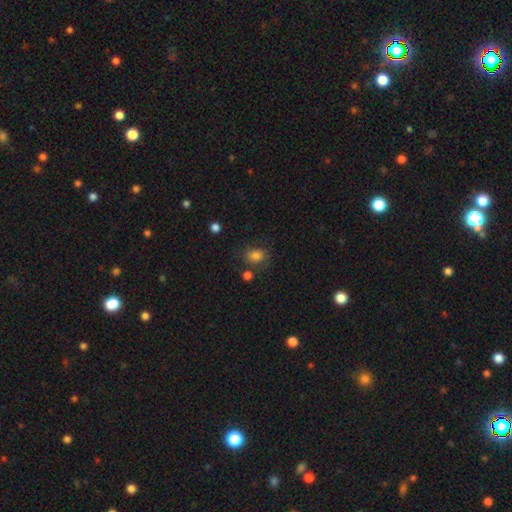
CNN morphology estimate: Q: Smooth or featured?
A: smooth (80%); runner-up: star or artifact (12%)
Q: How rounded?
A: round (54%); runner-up: in between (45%)
Q: Merging?
A: none (71%); runner-up: minor disturbance (16%)